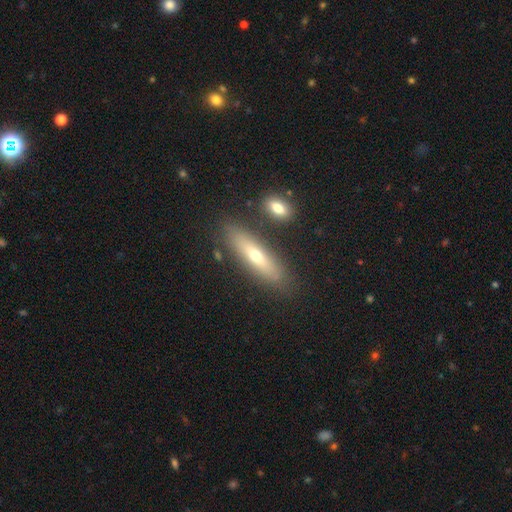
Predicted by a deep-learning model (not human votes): A smooth galaxy with no disk features (49%). Merging: none (82%).